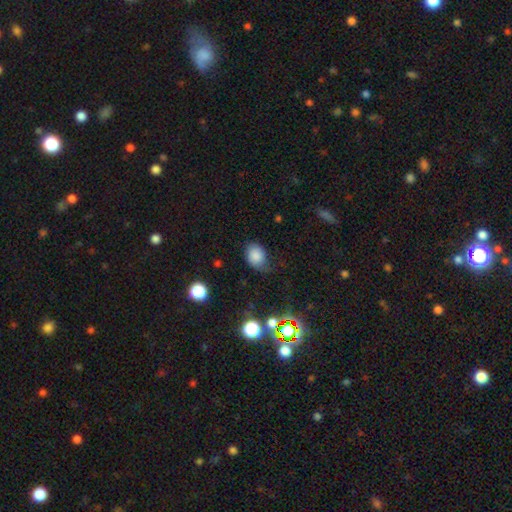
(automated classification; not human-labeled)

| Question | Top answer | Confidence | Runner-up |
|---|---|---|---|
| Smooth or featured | smooth | 81% | star or artifact (11%) |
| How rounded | in between | 59% | round (40%) |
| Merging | none | 54% | minor disturbance (31%) |